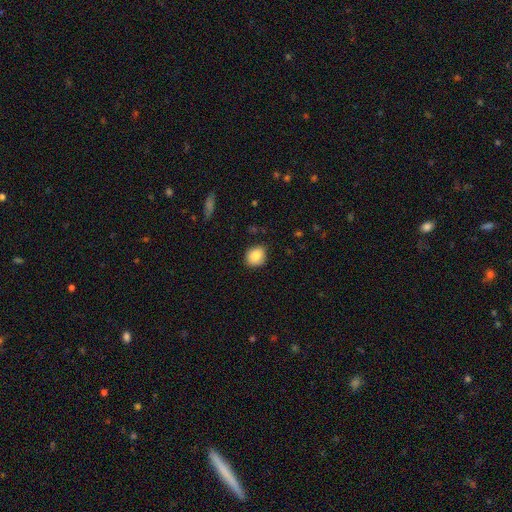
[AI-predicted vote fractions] This is clearly a smooth galaxy (86%). How rounded: likely round (68%). Merging: clearly none (85%).